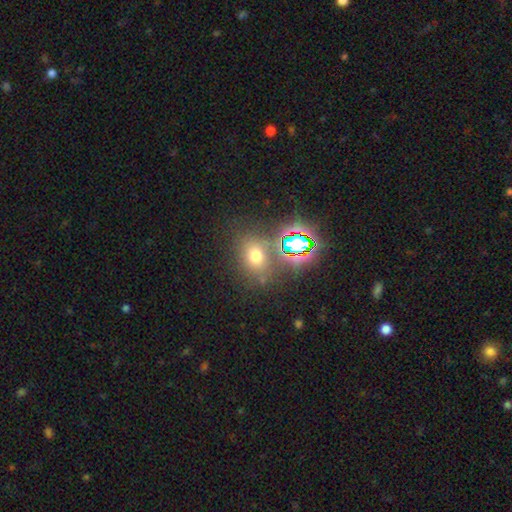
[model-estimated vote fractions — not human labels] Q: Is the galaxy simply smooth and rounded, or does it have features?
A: smooth — 60%.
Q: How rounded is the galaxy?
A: in between — 50%.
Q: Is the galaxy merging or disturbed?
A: none — 70%.